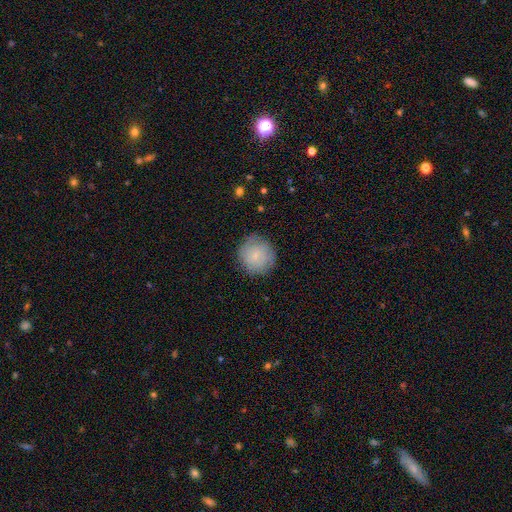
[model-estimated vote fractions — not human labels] smooth-or-featured: smooth: 70% | featured or disk: 22% | star or artifact: 8%
  how-rounded: round: 92% | in between: 7% | cigar-shaped: 1%
  merging: none: 82% | minor disturbance: 13% | major disturbance: 4% | merger: 1%